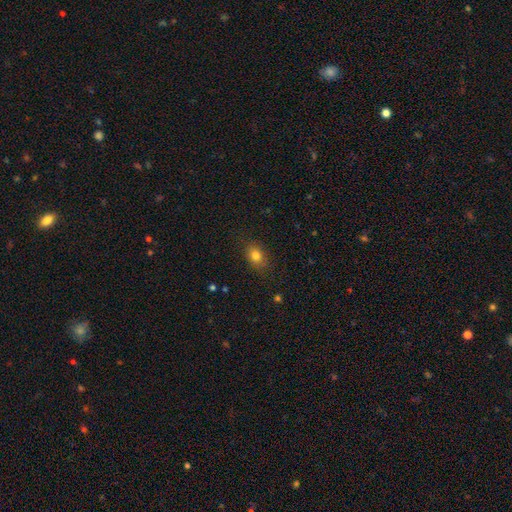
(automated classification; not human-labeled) Morphology: type=smooth (80%); roundness=in between (64%); merging=none (83%).